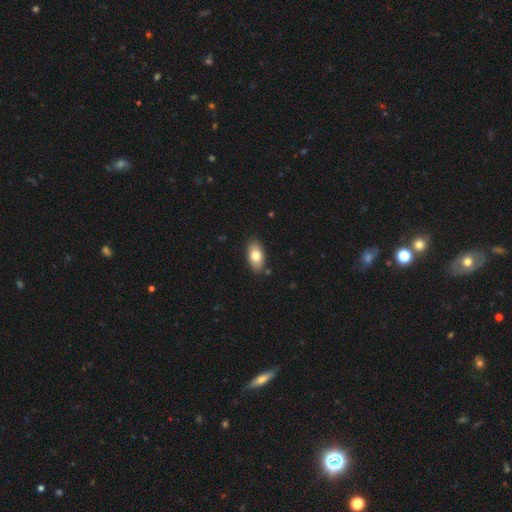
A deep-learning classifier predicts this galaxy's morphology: Smooth or featured? smooth (77%)
How rounded? in between (92%)
Merging? none (86%)